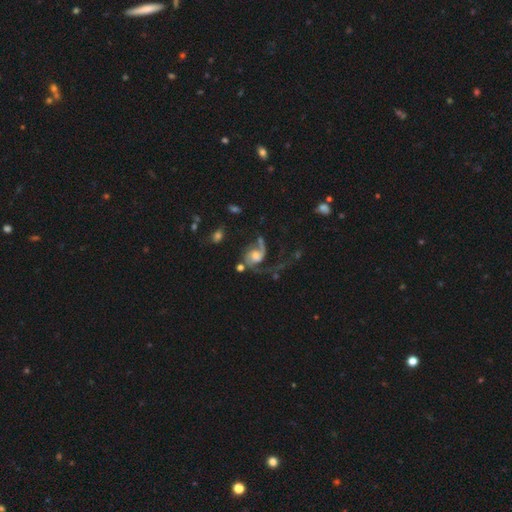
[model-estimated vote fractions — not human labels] smooth-or-featured: featured or disk: 81% | smooth: 12% | star or artifact: 7%
  disk-edge-on: no: 98% | yes: 2%
    bar: no: 65% | weak: 29% | strong: 6%
    has-spiral-arms: yes: 94% | no: 6%
      spiral-winding: loose: 46% | medium: 40% | tight: 14%
      spiral-arm-count: 2: 65% | 1: 24% | can't tell: 5% | 3: 3% | 4: 1% | more than 4: 1%
    bulge-size: moderate: 48% | small: 29% | large: 14% | none: 7% | dominant: 3%
  merging: major disturbance: 38% | none: 35% | minor disturbance: 16% | merger: 10%